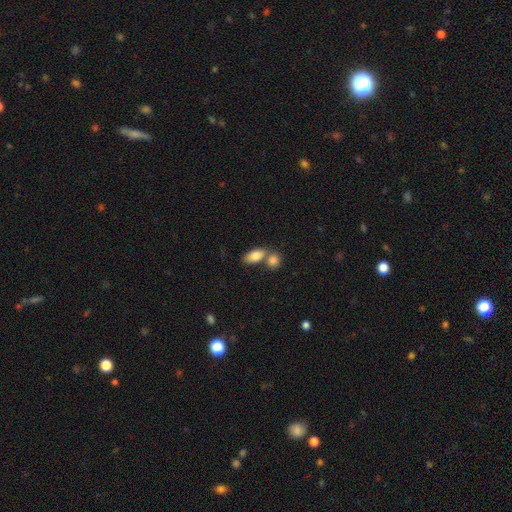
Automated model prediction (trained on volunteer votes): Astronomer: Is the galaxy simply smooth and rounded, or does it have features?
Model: smooth — 84%.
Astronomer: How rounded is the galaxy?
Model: in between — 89%.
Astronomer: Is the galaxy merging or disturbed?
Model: merger — 49% (runner-up: none, 39%).